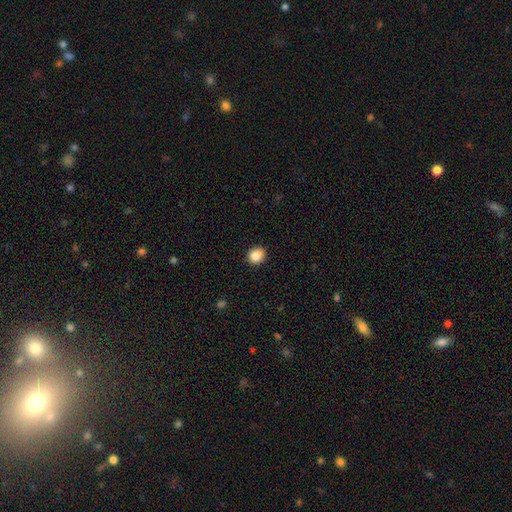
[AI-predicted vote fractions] smooth_or_featured: smooth (p=0.87) [alt: star or artifact p=0.09]
how_rounded: round (p=0.75) [alt: in between p=0.24]
merging: none (p=0.89) [alt: minor disturbance p=0.08]